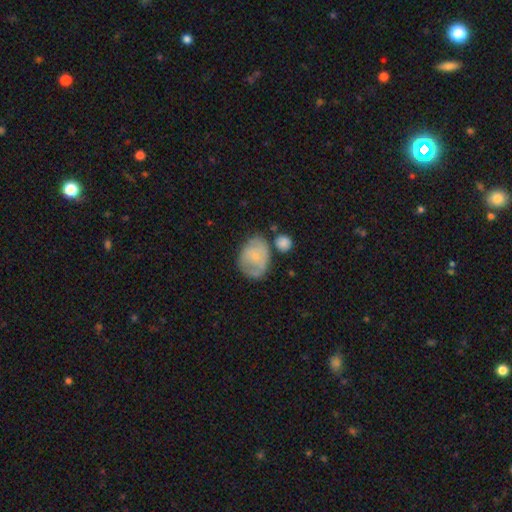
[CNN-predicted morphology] Q: Smooth or featured?
A: smooth (56%); runner-up: featured or disk (37%)
Q: How rounded?
A: in between (62%); runner-up: round (36%)
Q: Merging?
A: none (43%); runner-up: minor disturbance (31%)